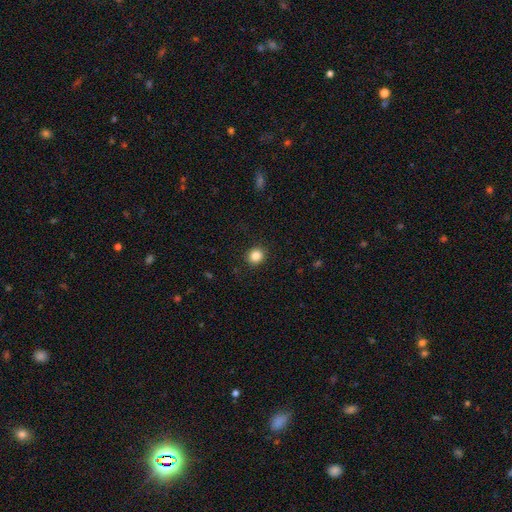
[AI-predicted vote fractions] smooth-or-featured: smooth: 86% | star or artifact: 10% | featured or disk: 4%
  how-rounded: round: 83% | in between: 16% | cigar-shaped: 1%
  merging: none: 91% | minor disturbance: 6% | major disturbance: 2% | merger: 1%